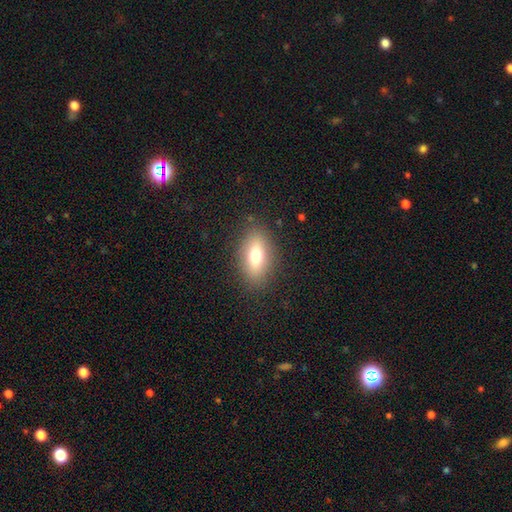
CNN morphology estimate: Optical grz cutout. It shows a smooth galaxy with no disk features (70%) that is in between round and cigar-shaped (81%). Merging: none (85%).